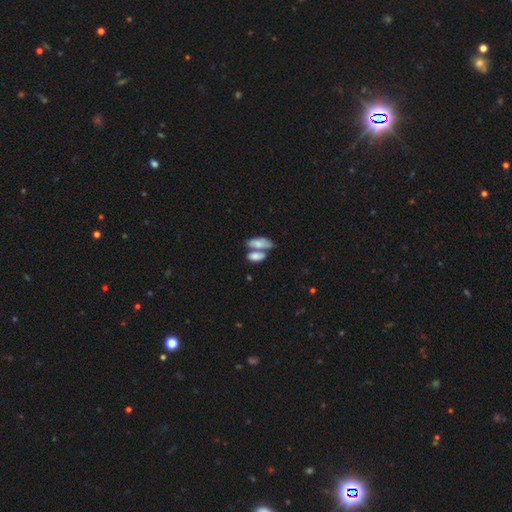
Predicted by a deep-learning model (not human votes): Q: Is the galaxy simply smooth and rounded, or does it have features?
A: smooth — 75%.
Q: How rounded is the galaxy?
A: in between — 87%.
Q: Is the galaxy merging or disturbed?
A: merger — 54%.